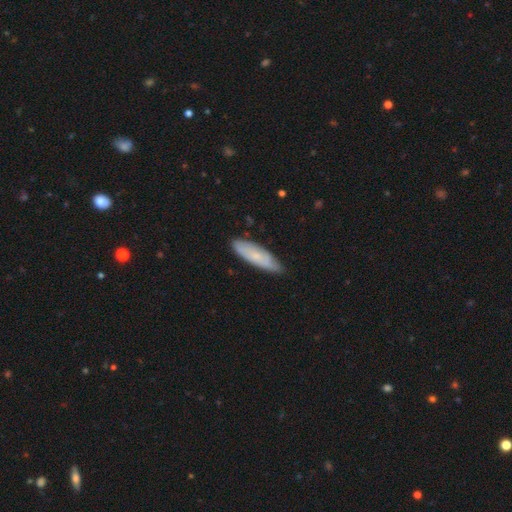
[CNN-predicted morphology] This is likely a smooth galaxy (62%). How rounded: possibly cigar-shaped (54%). Merging: likely none (78%).